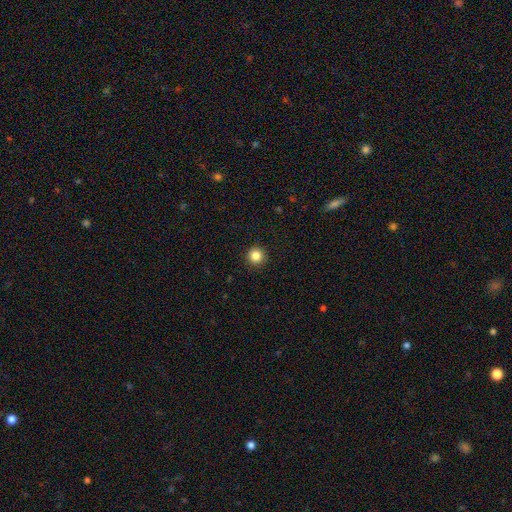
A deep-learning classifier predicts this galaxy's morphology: Q: Smooth or featured?
A: smooth (85%); runner-up: star or artifact (11%)
Q: How rounded?
A: round (96%); runner-up: in between (3%)
Q: Merging?
A: none (93%); runner-up: minor disturbance (4%)